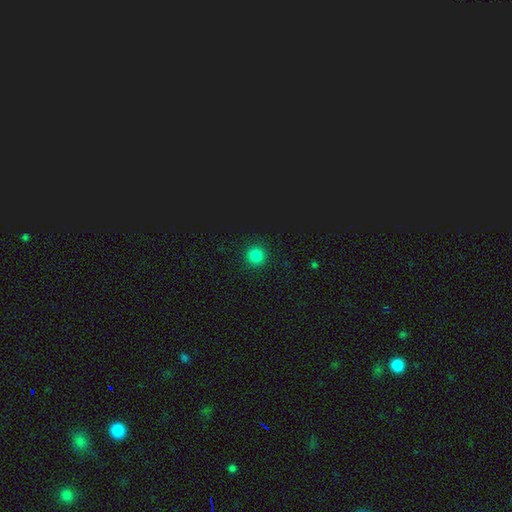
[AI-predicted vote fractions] smooth-or-featured: smooth: 82% | star or artifact: 15% | featured or disk: 3%
  how-rounded: round: 95% | in between: 4% | cigar-shaped: 1%
  merging: none: 92% | minor disturbance: 5% | major disturbance: 2% | merger: 1%